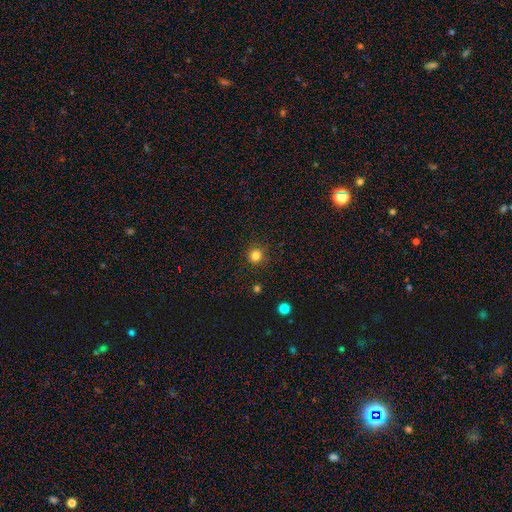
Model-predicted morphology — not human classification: smooth 83%, star or artifact 13%, featured or disk 4%. Down the decision tree: how rounded — round (93%); merging — none (89%).